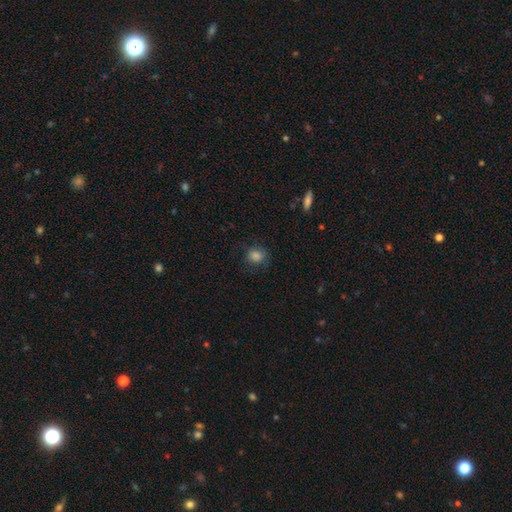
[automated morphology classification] Q: Smooth or featured?
A: smooth (81%); runner-up: star or artifact (12%)
Q: How rounded?
A: round (77%); runner-up: in between (22%)
Q: Merging?
A: none (75%); runner-up: minor disturbance (17%)